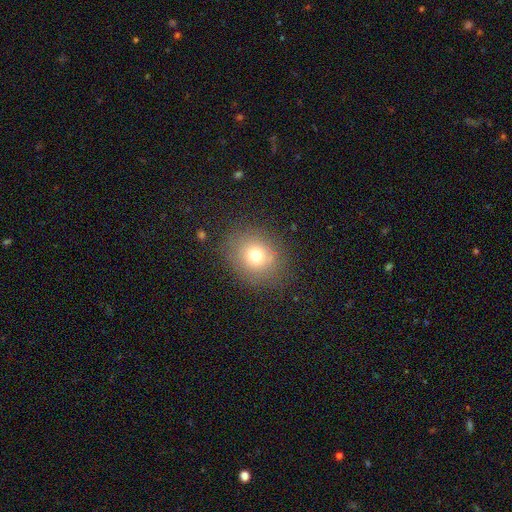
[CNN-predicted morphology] A smooth galaxy with no disk features (72%) that is round (71%). Merging: none (82%).